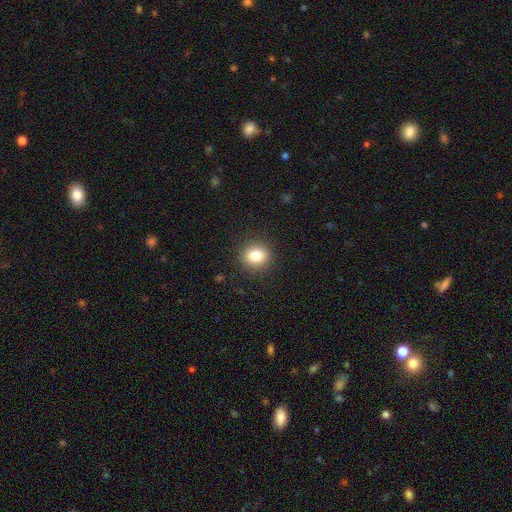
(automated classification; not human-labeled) Smooth or featured? Predicted: smooth (p=0.82). How rounded? Predicted: round (p=0.79). Merging? Predicted: none (p=0.90).